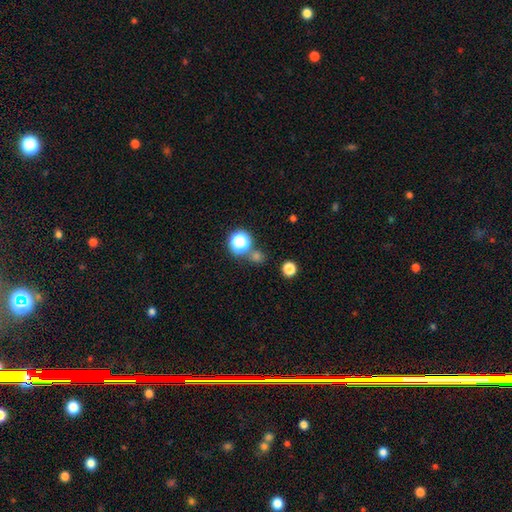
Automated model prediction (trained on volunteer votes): Smooth or featured? smooth (53%)
How rounded? round (85%)
Merging? none (73%)